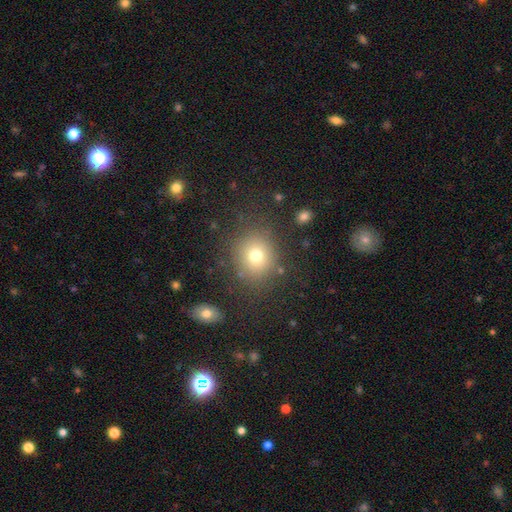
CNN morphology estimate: Overall: smooth (74%). How rounded: round (79%). Merging: none (82%).